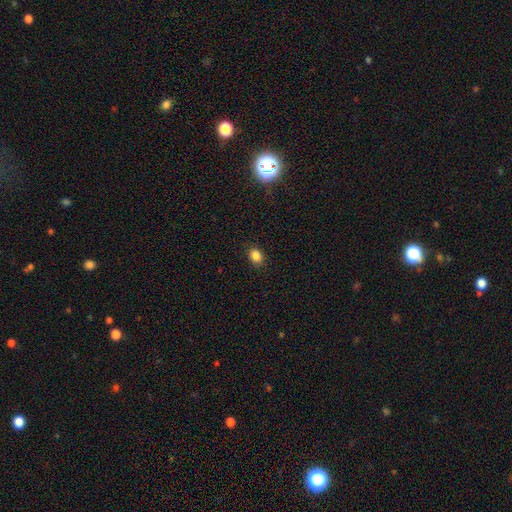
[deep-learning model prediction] Smooth or featured? Predicted: smooth (p=0.85). How rounded? Predicted: in between (p=0.65). Merging? Predicted: none (p=0.88).